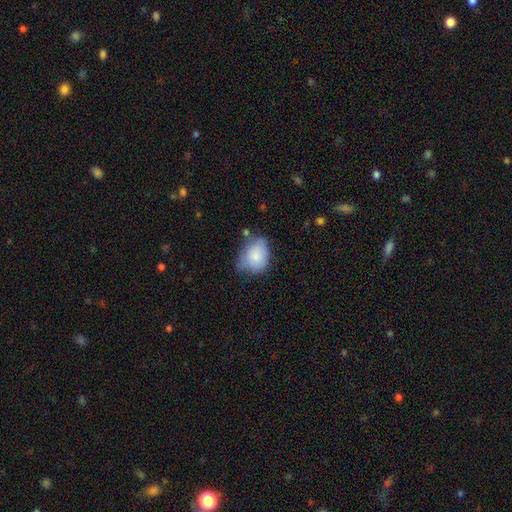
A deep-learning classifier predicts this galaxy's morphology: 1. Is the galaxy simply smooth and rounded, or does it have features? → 82% smooth, 11% featured or disk, 8% star or artifact.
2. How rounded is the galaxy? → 61% in between, 38% round, 1% cigar-shaped.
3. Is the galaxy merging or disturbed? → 49% none, 36% minor disturbance, 10% major disturbance, 6% merger.